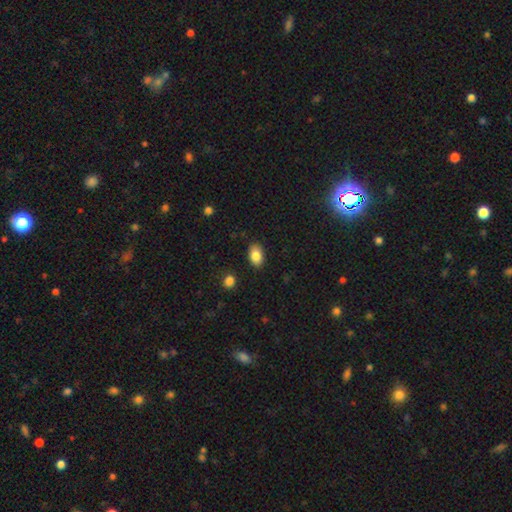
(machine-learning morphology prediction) This is clearly a smooth galaxy (85%). How rounded: clearly in between (89%). Merging: clearly none (87%).